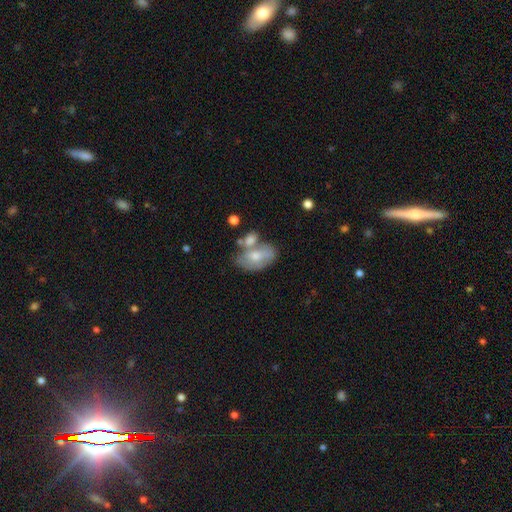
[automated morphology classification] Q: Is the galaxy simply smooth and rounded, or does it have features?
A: smooth — 52%.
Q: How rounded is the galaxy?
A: in between — 87%.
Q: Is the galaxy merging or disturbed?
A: none — 38%.